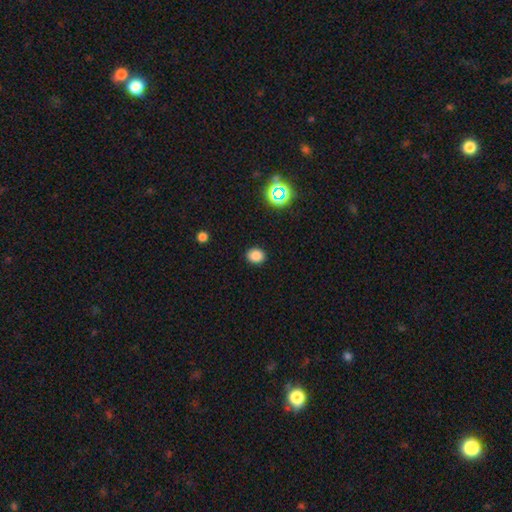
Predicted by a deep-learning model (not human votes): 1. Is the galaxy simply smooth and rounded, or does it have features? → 83% smooth, 13% star or artifact, 4% featured or disk.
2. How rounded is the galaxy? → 59% round, 40% in between, 1% cigar-shaped.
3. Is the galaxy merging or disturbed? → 90% none, 7% minor disturbance, 2% major disturbance, 1% merger.